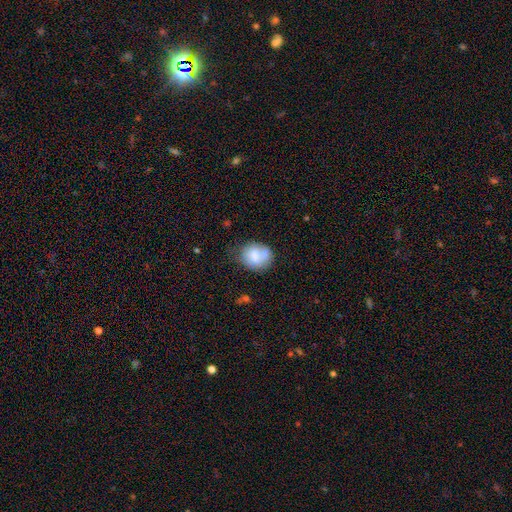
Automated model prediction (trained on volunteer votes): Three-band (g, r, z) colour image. It shows a smooth galaxy with no disk features (67%) that is round (58%). Merging: none (43%).